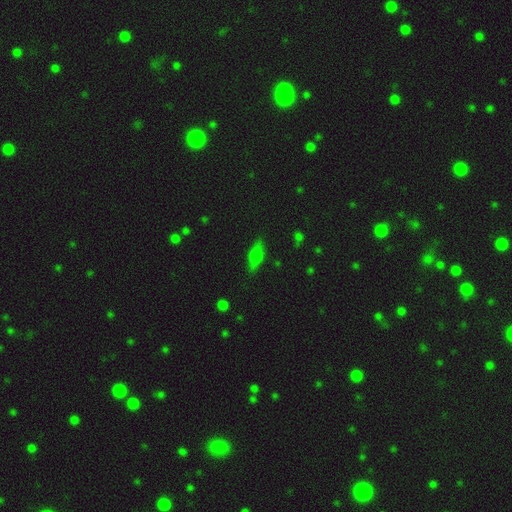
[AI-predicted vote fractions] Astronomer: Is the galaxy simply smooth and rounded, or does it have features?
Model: smooth — 58%.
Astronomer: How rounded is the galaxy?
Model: in between — 64%.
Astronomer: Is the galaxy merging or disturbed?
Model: none — 82%.